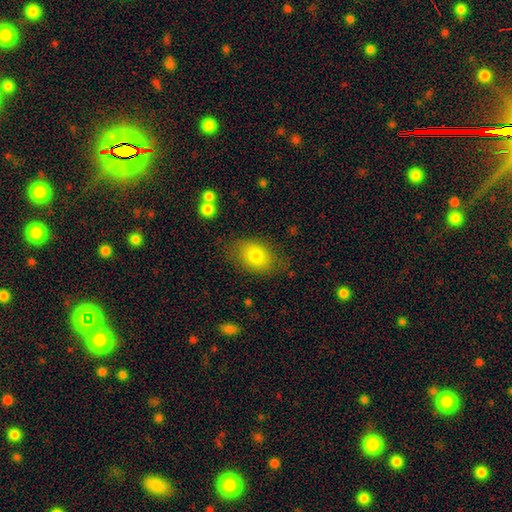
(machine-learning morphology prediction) Smooth or featured?
  - smooth: 78% *
  - featured or disk: 14%
  - star or artifact: 9%
How rounded?
  - in between: 76% *
  - round: 23%
  - cigar-shaped: 1%
Merging?
  - none: 73% *
  - minor disturbance: 19%
  - major disturbance: 6%
  - merger: 2%